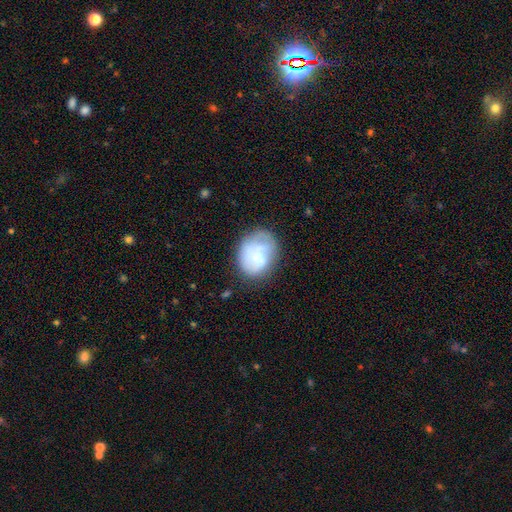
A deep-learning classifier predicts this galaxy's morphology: Smooth or featured? Predicted: smooth (p=0.62). How rounded? Predicted: round (p=0.50). Merging? Predicted: none (p=0.59).